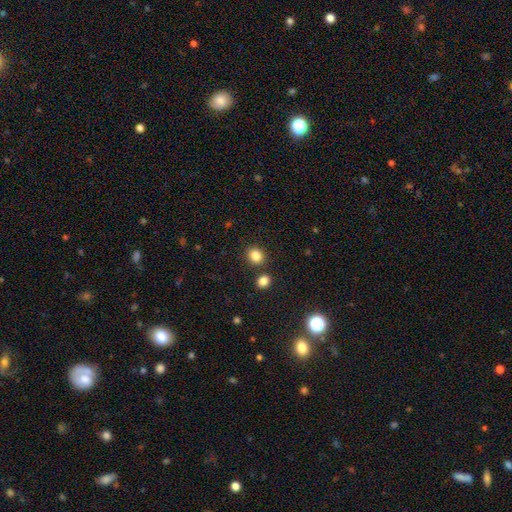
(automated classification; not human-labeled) Smooth or featured? Predicted: smooth (p=0.84). How rounded? Predicted: round (p=0.68). Merging? Predicted: none (p=0.82).